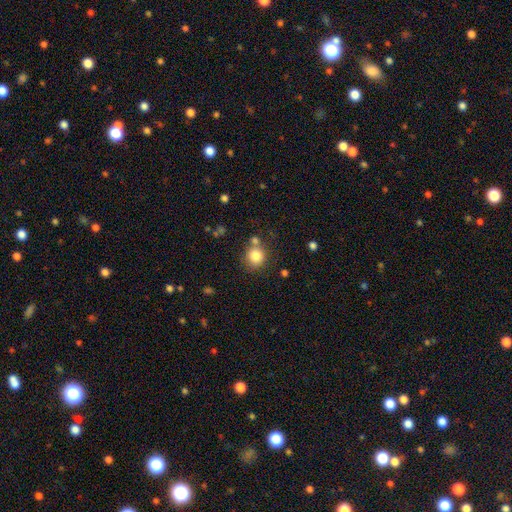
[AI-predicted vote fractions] A smooth galaxy with no disk features (83%) that is round (87%). Merging: none (67%).